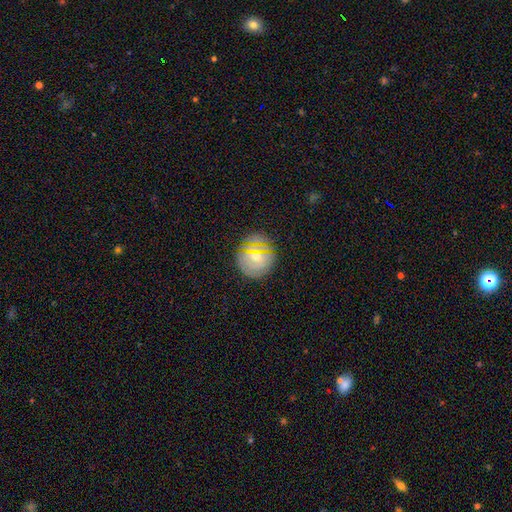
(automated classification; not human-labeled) smooth 55%, featured or disk 25%, star or artifact 20%. Down the decision tree: how rounded — round (86%); merging — none (84%).